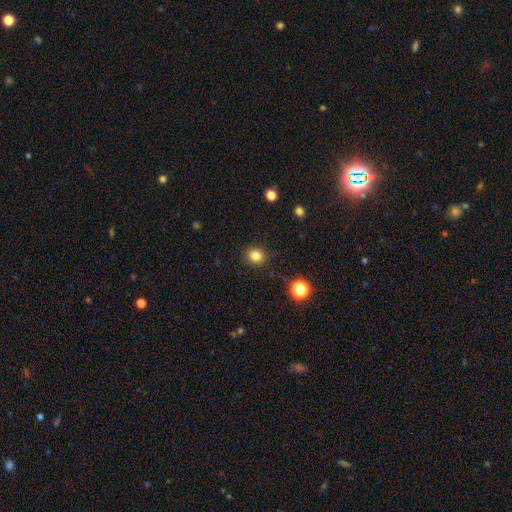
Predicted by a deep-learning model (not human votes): Morphology: type=smooth (82%); roundness=round (74%); merging=none (89%).